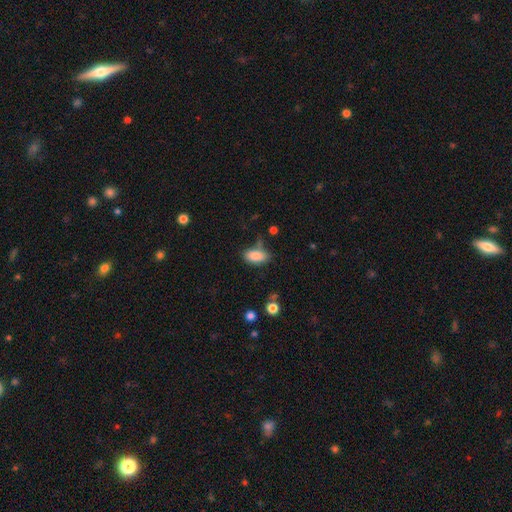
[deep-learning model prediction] The model was most divided on "merging": none: 65%, minor disturbance: 22%, major disturbance: 7%, merger: 6%. More confident: how rounded — in between (92%); smooth or featured — smooth (87%).